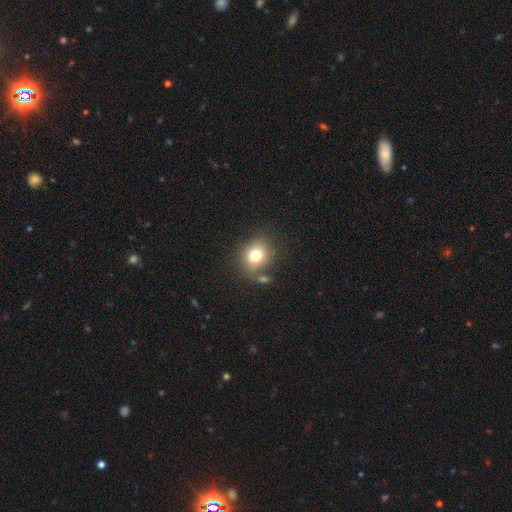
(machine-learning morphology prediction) smooth-or-featured: smooth: 77% | featured or disk: 12% | star or artifact: 12%
  how-rounded: round: 61% | in between: 38% | cigar-shaped: 1%
  merging: none: 70% | minor disturbance: 15% | merger: 10% | major disturbance: 6%